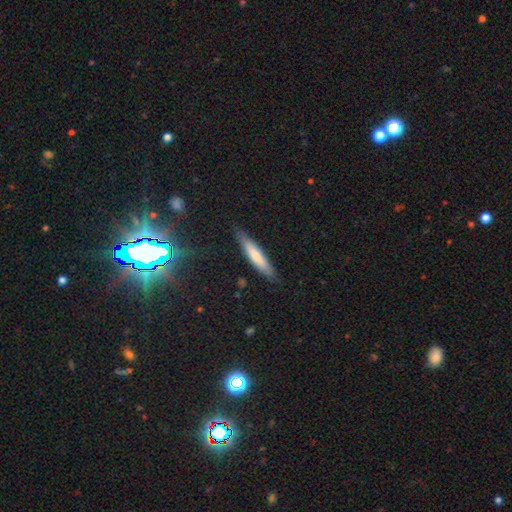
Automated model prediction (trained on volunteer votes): smooth 71%, featured or disk 24%, star or artifact 6%. Down the decision tree: how rounded — cigar-shaped (88%); merging — none (85%).